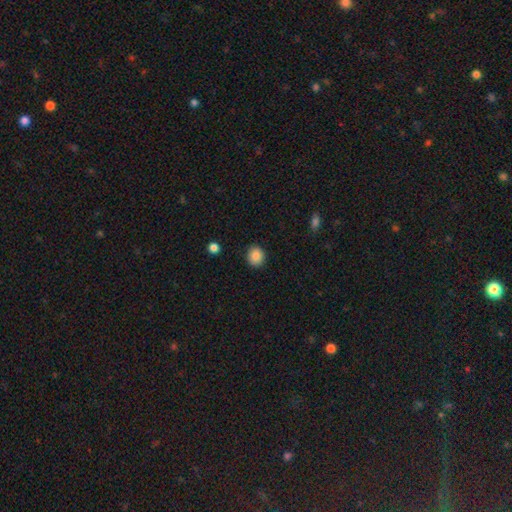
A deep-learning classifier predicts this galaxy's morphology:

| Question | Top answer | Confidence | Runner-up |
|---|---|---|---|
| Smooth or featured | smooth | 86% | star or artifact (9%) |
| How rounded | round | 81% | in between (18%) |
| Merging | none | 90% | minor disturbance (7%) |